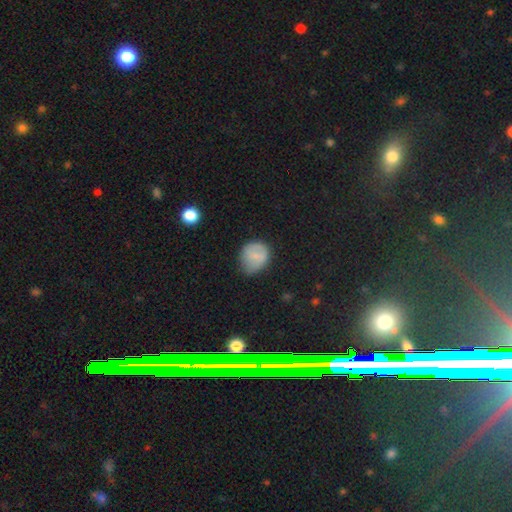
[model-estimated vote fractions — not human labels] A smooth galaxy with no disk features (76%) that is round (73%). Merging: none (62%).